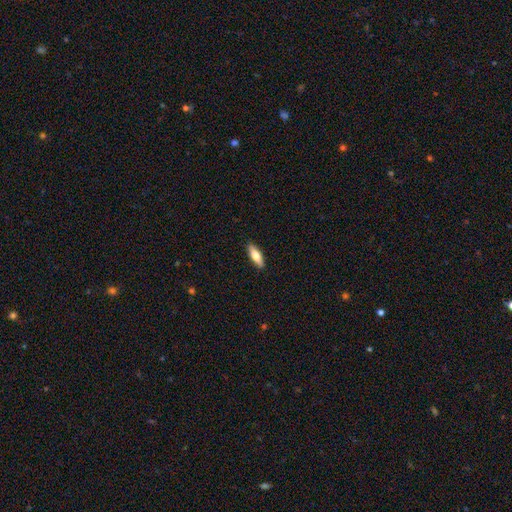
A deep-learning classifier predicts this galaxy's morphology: Smooth or featured? smooth (68%)
How rounded? in between (55%)
Merging? none (90%)